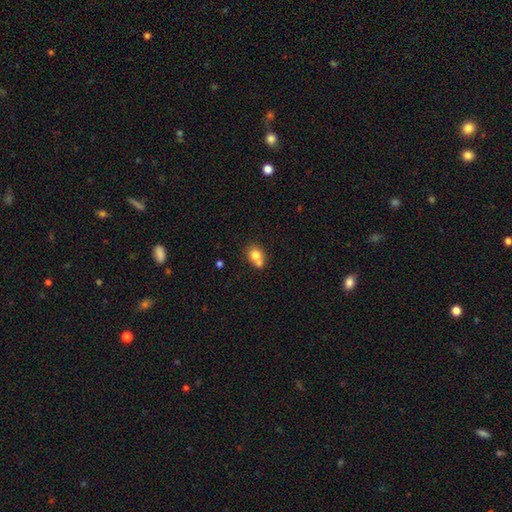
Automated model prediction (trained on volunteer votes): Morphology: type=smooth (76%); roundness=round (63%); merging=merger (50%).